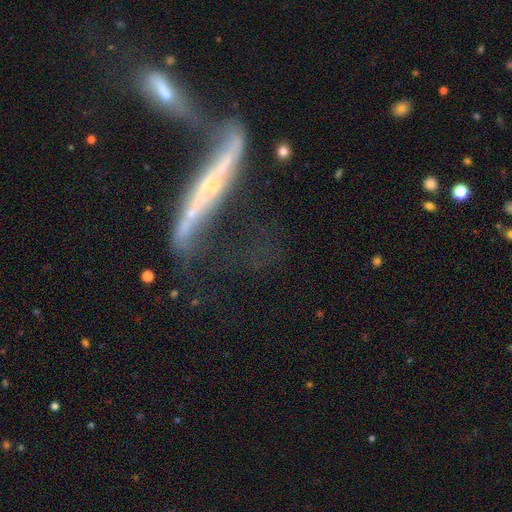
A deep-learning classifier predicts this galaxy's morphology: Smooth or featured?
  - featured or disk: 80% *
  - smooth: 12%
  - star or artifact: 8%
Edge-on disk?
  - yes: 70% *
  - no: 30%
Edge-on bulge?
  - rounded: 76% *
  - none: 18%
  - boxy: 6%
Merging?
  - none: 34% *
  - merger: 32%
  - major disturbance: 18%
  - minor disturbance: 17%